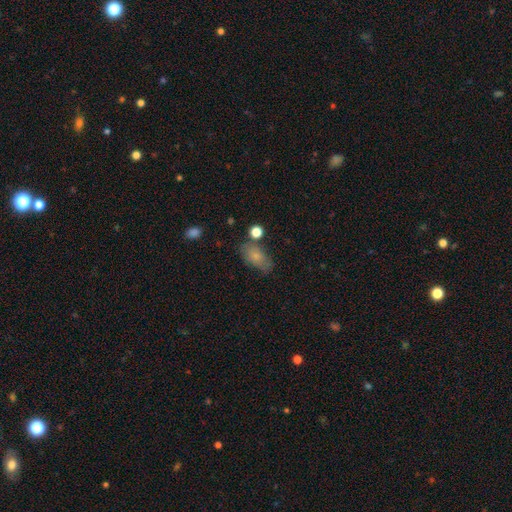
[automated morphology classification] smooth_or_featured: smooth (p=0.77) [alt: featured or disk p=0.14]
how_rounded: in between (p=0.89) [alt: round p=0.07]
merging: none (p=0.65) [alt: minor disturbance p=0.20]